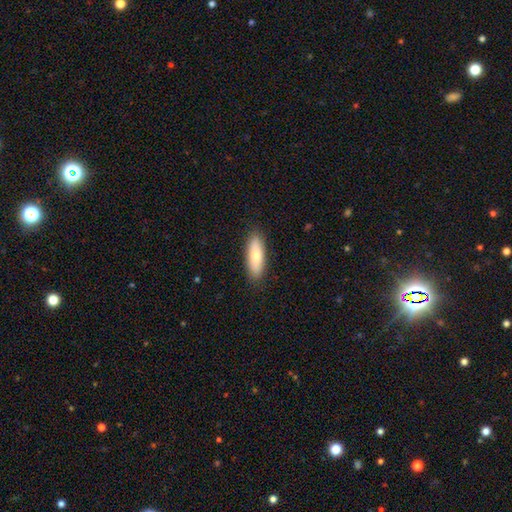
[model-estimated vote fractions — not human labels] Overall: smooth (73%). How rounded: in between (54%; cigar-shaped 44%). Merging: none (89%).